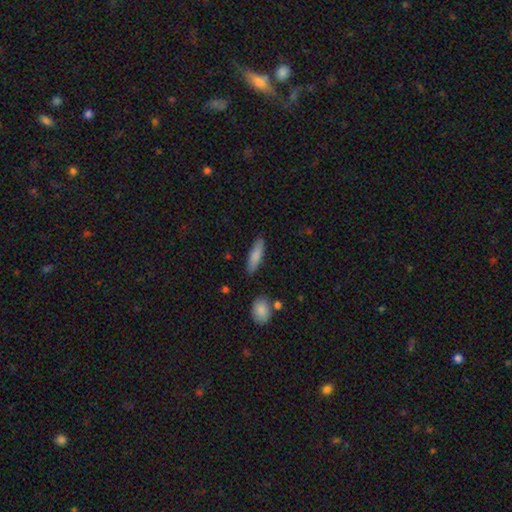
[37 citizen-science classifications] smooth-or-featured: smooth: 81% | featured or disk: 14% | star or artifact: 5%
  how-rounded: cigar-shaped: 83% | in between: 17% | round: 0%
  merging: none: 80% | minor disturbance: 14% | merger: 6% | major disturbance: 0%